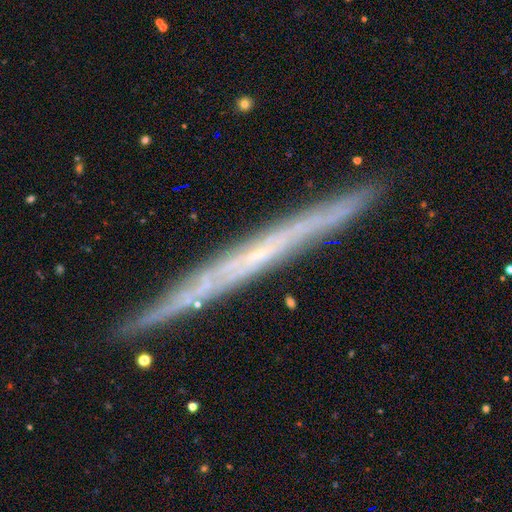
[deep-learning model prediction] smooth_or_featured: featured or disk (p=0.72) [alt: smooth p=0.19]
disk_edge_on: yes (p=0.95) [alt: no p=0.05]
edge_on_bulge: none (p=0.83) [alt: rounded p=0.14]
merging: none (p=0.88) [alt: minor disturbance p=0.10]